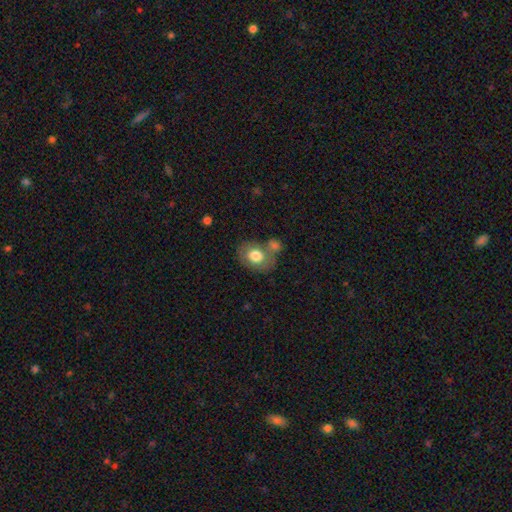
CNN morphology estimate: A smooth galaxy with no disk features (73%) that is in between round and cigar-shaped (56%).

Vote fractions:
- Smooth or featured? smooth: 73% / featured or disk: 19% / star or artifact: 7%
- How rounded? in between: 56% / round: 43% / cigar-shaped: 1%
- Merging? none: 53% / merger: 23% / minor disturbance: 17% / major disturbance: 7%